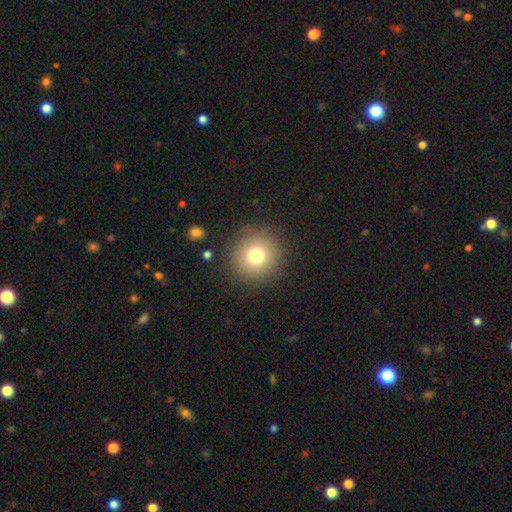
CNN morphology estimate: Smooth or featured? smooth (76%)
How rounded? round (94%)
Merging? none (89%)